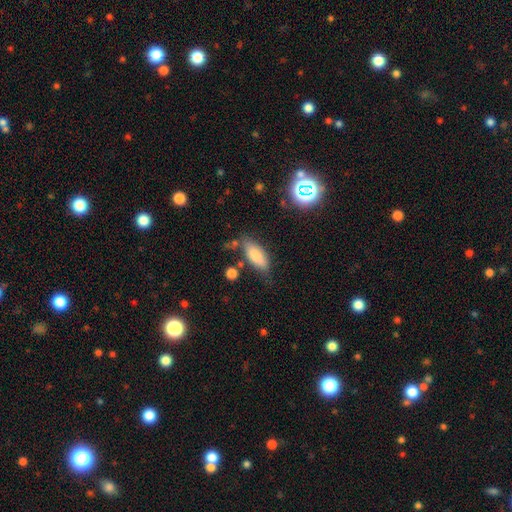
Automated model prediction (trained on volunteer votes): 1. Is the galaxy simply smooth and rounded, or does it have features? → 77% smooth, 16% featured or disk, 8% star or artifact.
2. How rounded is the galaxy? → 74% in between, 23% cigar-shaped, 3% round.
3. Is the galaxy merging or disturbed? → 62% none, 24% minor disturbance, 8% major disturbance, 6% merger.